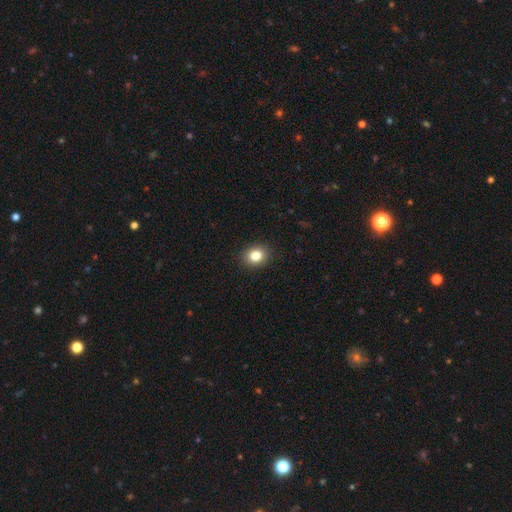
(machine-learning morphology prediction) type=smooth (83%); roundness=round (60%); merging=none (91%).